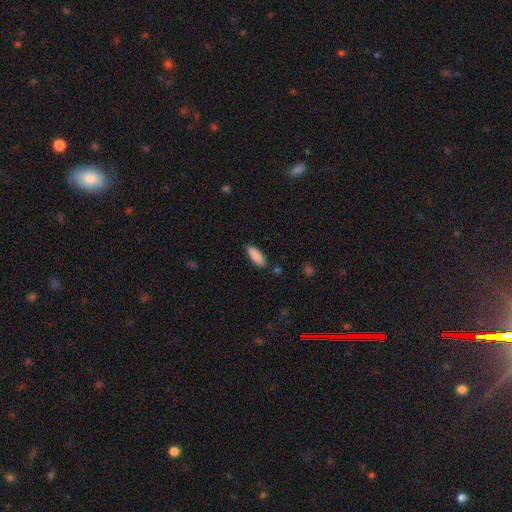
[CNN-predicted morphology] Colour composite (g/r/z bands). It shows a smooth galaxy with no disk features (89%) that is in between round and cigar-shaped (63%). Merging: none (86%).